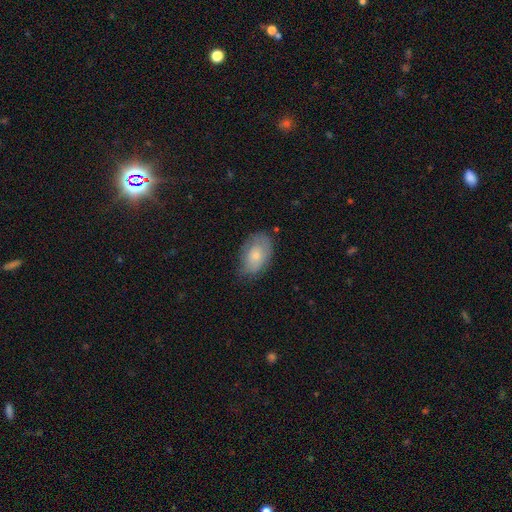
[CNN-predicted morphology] smooth-or-featured: smooth: 72% | featured or disk: 22% | star or artifact: 7%
  how-rounded: in between: 89% | round: 10% | cigar-shaped: 1%
  merging: none: 63% | minor disturbance: 28% | major disturbance: 7% | merger: 1%